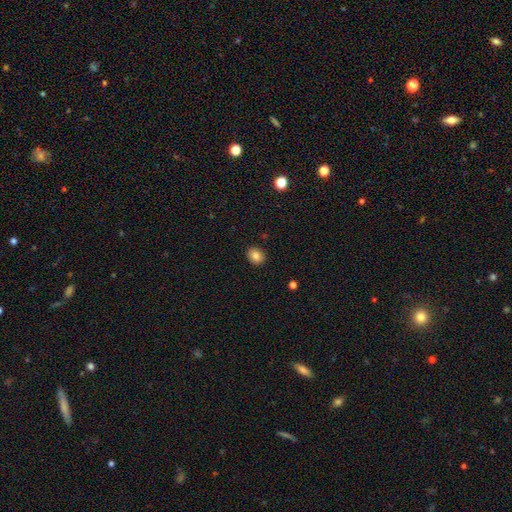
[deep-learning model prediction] Morphology: type=smooth (84%); roundness=round (59%); merging=none (90%).